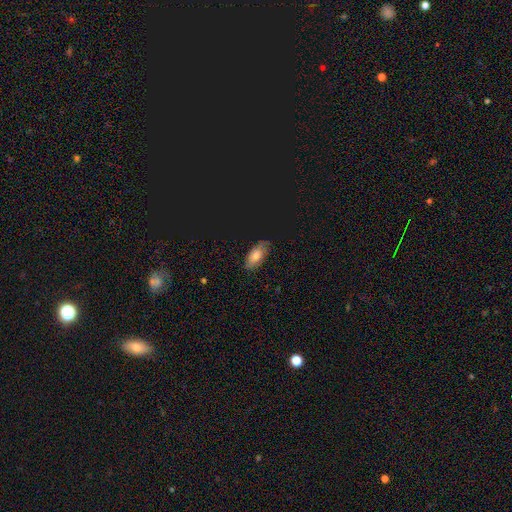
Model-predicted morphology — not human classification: This appears to be a smooth galaxy with no disk features (68%) that is in between round and cigar-shaped (89%). Merging: none (80%).